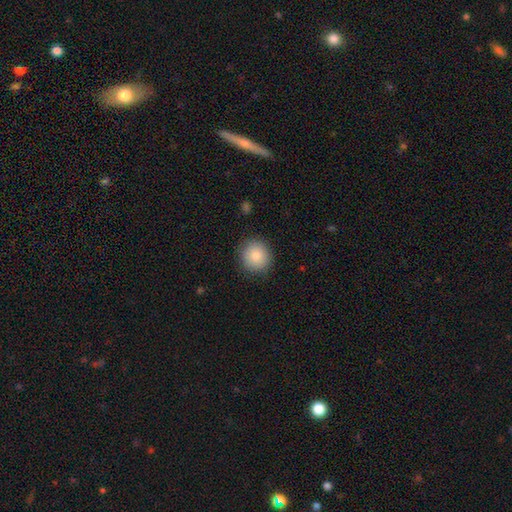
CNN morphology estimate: Smooth or featured? smooth (85%)
How rounded? round (90%)
Merging? none (88%)